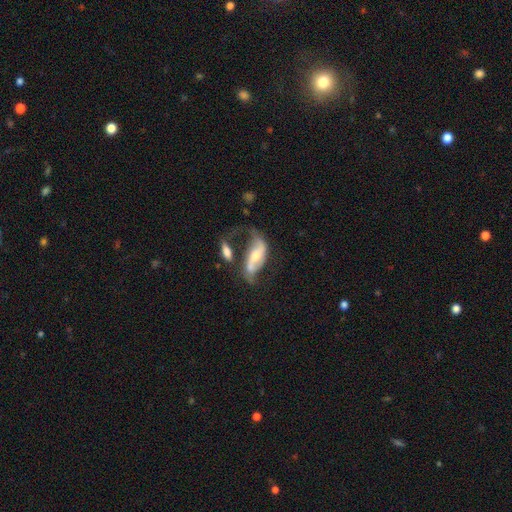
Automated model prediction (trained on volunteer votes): A featured or disk galaxy (73%) with no bar (35%), 2 (85%) loose (74%) spiral arms (85%) and a moderate central bulge (53%). Merging: none (35%).